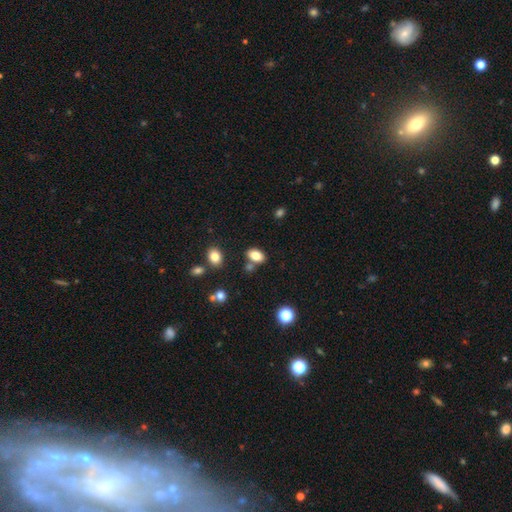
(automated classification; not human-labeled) Smooth or featured?
  - smooth: 81% *
  - star or artifact: 10%
  - featured or disk: 9%
How rounded?
  - in between: 86% *
  - round: 12%
  - cigar-shaped: 2%
Merging?
  - none: 72% *
  - merger: 12%
  - minor disturbance: 12%
  - major disturbance: 3%